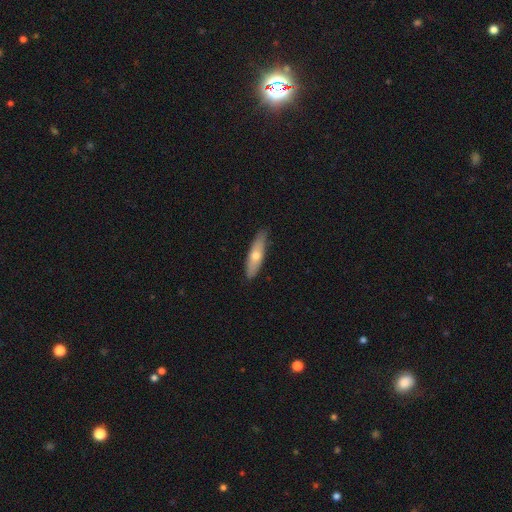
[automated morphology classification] Smooth or featured: smooth — 60% (featured or disk — 34%)
How rounded: cigar-shaped — 65% (in between — 33%)
Merging: none — 84% (minor disturbance — 13%)